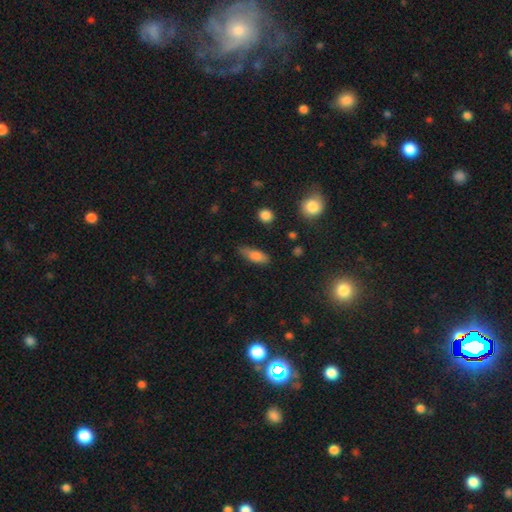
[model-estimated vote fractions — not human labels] This is clearly a smooth galaxy (80%). How rounded: likely in between (70%). Merging: likely none (70%).